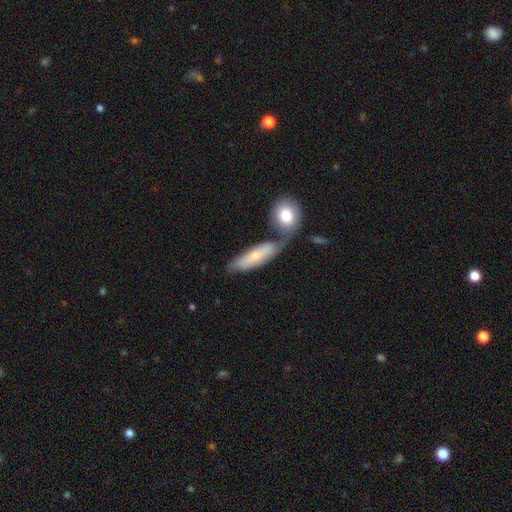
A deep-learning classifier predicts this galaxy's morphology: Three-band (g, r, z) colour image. It shows a smooth galaxy with no disk features (58%) that is in between round and cigar-shaped (54%). Merging: merger (41%).